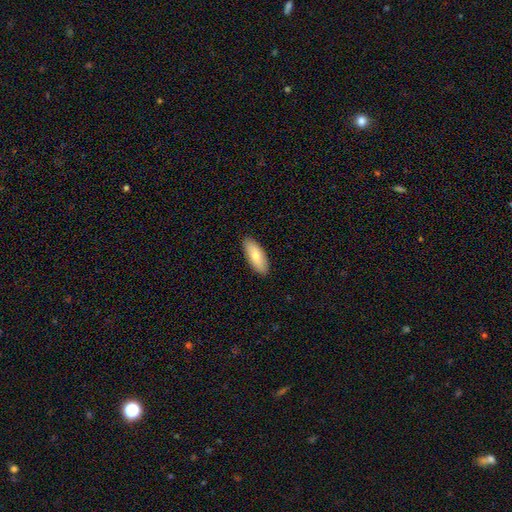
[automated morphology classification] A smooth galaxy with no disk features (76%) that is in between round and cigar-shaped (79%). Merging: none (89%).